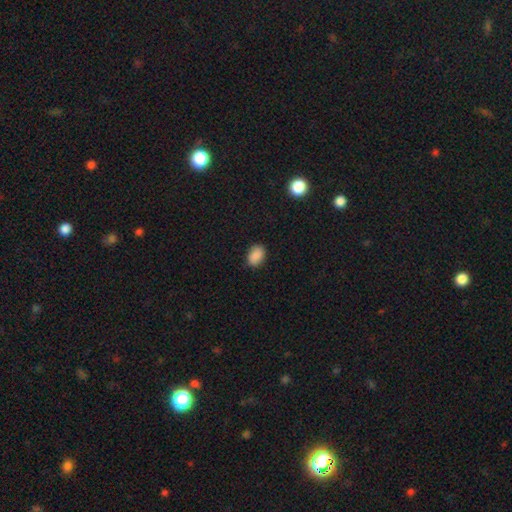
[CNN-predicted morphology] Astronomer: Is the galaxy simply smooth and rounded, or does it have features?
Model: smooth — 89%.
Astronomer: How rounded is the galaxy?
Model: in between — 84%.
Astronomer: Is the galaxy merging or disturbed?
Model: none — 86%.